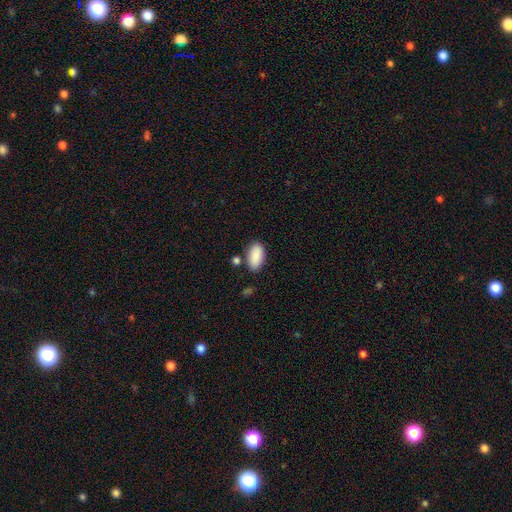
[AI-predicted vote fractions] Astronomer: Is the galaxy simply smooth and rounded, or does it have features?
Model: smooth — 89%.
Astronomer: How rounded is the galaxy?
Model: in between — 95%.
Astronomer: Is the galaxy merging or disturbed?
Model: none — 78%.